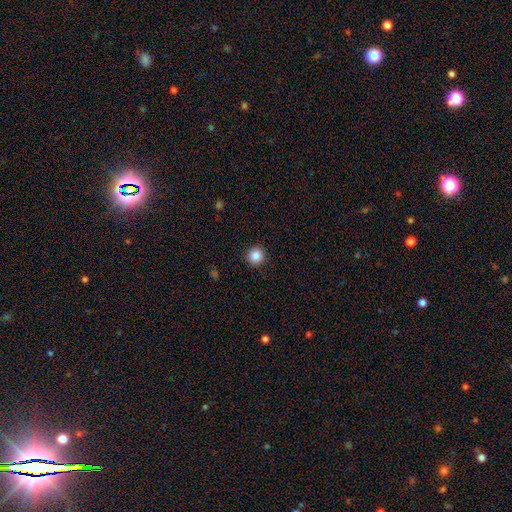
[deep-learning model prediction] A smooth galaxy with no disk features (87%) that is round (94%). Merging: none (92%).